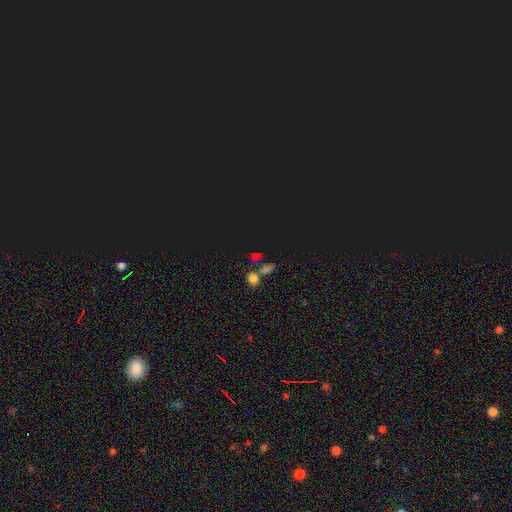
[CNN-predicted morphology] The model was most divided on "smooth or featured": star or artifact: 56%, smooth: 35%, featured or disk: 9%.